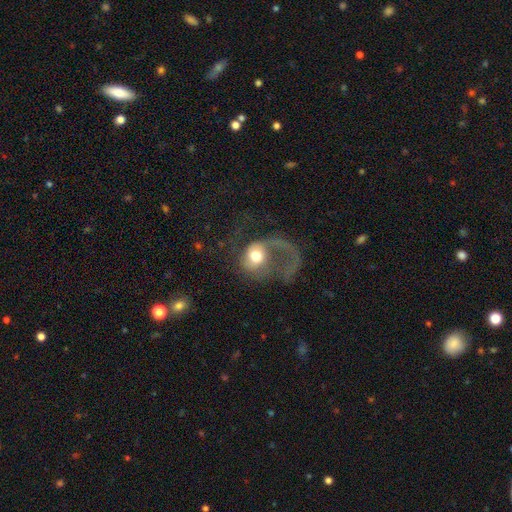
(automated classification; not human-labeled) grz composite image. It shows a featured or disk galaxy (55%) with no bar (74%), spiral arms (73%) and a moderate central bulge (60%). Merging: major disturbance (64%).